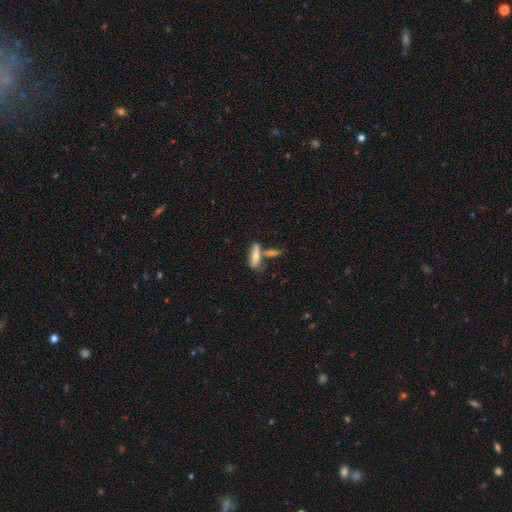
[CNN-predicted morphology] A smooth galaxy with no disk features (59%) that is cigar-shaped (55%).

Vote fractions:
- Smooth or featured? smooth: 59% / featured or disk: 34% / star or artifact: 7%
- How rounded? cigar-shaped: 55% / in between: 42% / round: 3%
- Merging? none: 49% / merger: 30% / minor disturbance: 15% / major disturbance: 6%